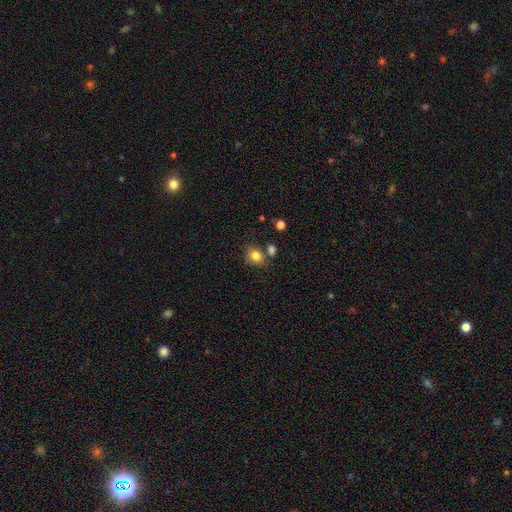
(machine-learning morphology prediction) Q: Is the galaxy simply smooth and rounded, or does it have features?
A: smooth — 81%.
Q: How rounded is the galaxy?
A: round — 51%.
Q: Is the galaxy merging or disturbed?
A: none — 62%.